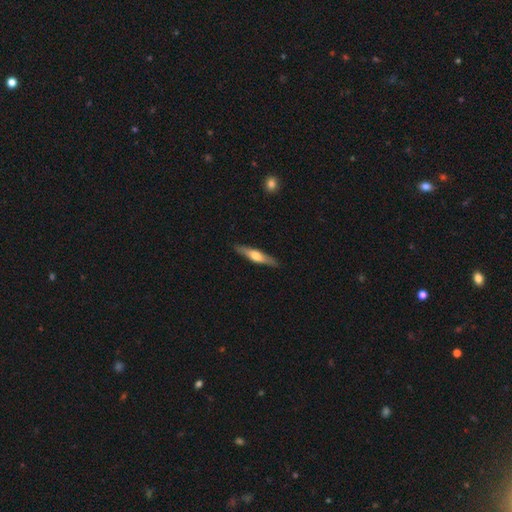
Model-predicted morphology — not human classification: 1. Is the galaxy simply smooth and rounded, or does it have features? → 54% featured or disk, 41% smooth, 5% star or artifact.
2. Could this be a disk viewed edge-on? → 94% yes, 6% no.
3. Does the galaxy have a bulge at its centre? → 89% rounded, 6% boxy, 5% none.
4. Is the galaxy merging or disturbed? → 89% none, 8% minor disturbance, 2% major disturbance, 1% merger.